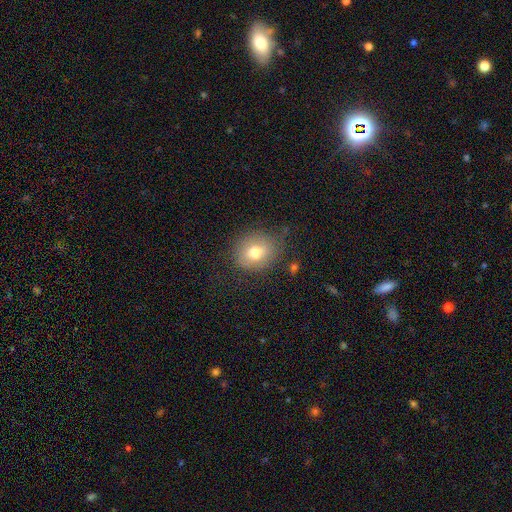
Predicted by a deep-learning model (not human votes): A smooth galaxy with no disk features (72%) that is round (61%). Merging: none (70%).